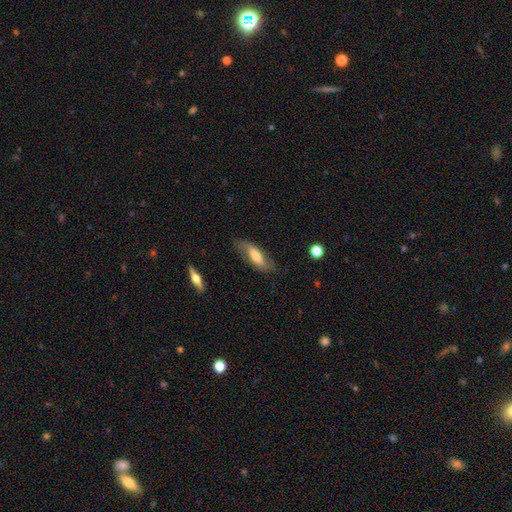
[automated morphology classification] Smooth or featured?
  - smooth: 47% * (tied)
  - featured or disk: 47% * (tied)
  - star or artifact: 7%
Merging?
  - none: 70% *
  - minor disturbance: 21%
  - major disturbance: 7%
  - merger: 2%